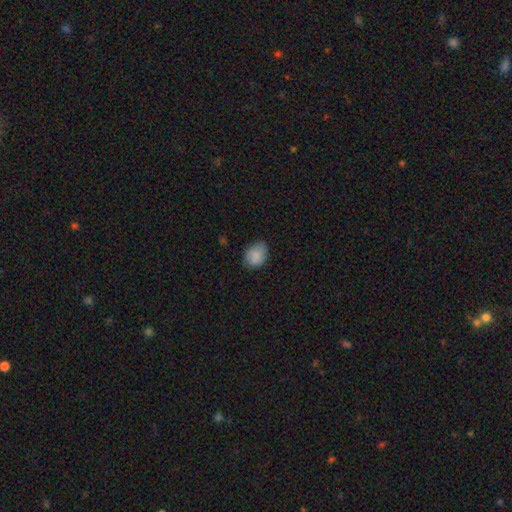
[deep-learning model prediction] Smooth or featured: smooth — 87% (star or artifact — 8%)
How rounded: in between — 62% (round — 37%)
Merging: none — 75% (minor disturbance — 21%)